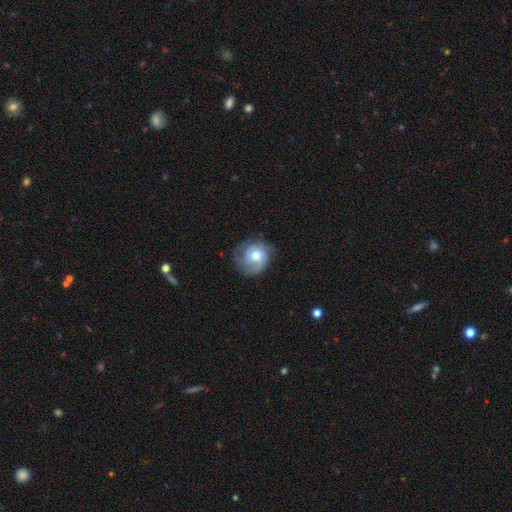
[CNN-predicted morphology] Overall: featured or disk (62%; smooth 31%). Edge-on disk: no (98%). Bar: no (72%). Spiral arms: yes (89%). Spiral arm count: can't tell (28%, tied with 3). Spiral winding: tight (48%; medium 37%). Bulge size: moderate (61%). Merging: none (66%).